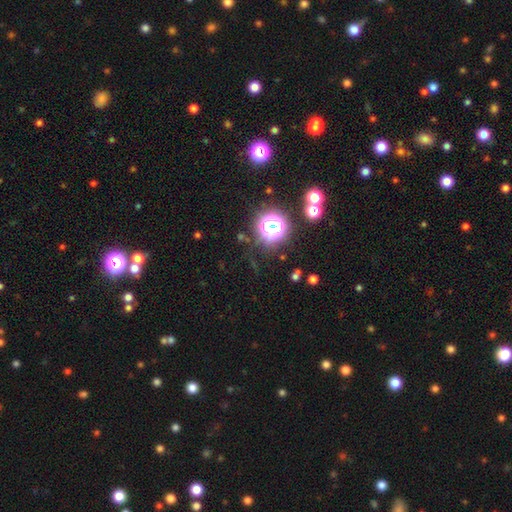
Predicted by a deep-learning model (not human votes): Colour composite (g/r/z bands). It shows a star or artifact, not a galaxy (78%).